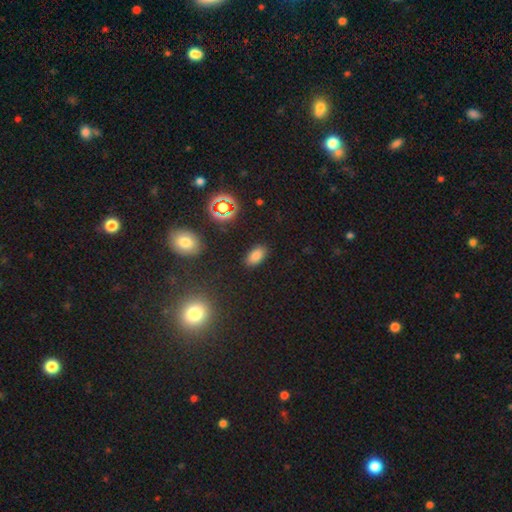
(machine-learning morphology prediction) This appears to be a smooth galaxy with no disk features (79%) that is in between round and cigar-shaped (91%). Merging: none (87%).